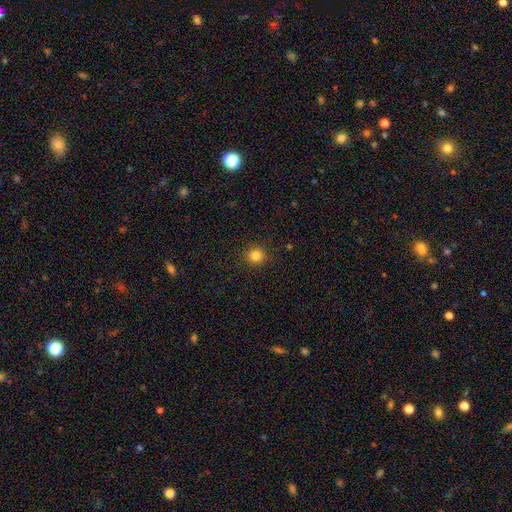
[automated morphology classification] type=smooth (84%); roundness=round (92%); merging=none (91%).